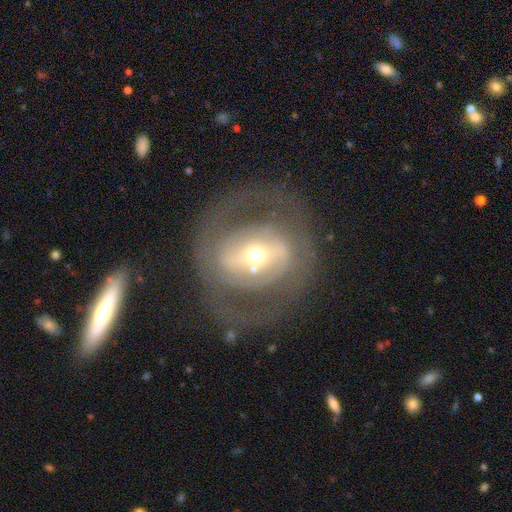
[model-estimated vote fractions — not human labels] Overall: featured or disk (71%). Edge-on disk: no (94%). Bar: strong (36%; no 35%). Spiral arms: no (57%; yes 43%). Bulge size: moderate (53%; small 38%). Merging: none (71%).